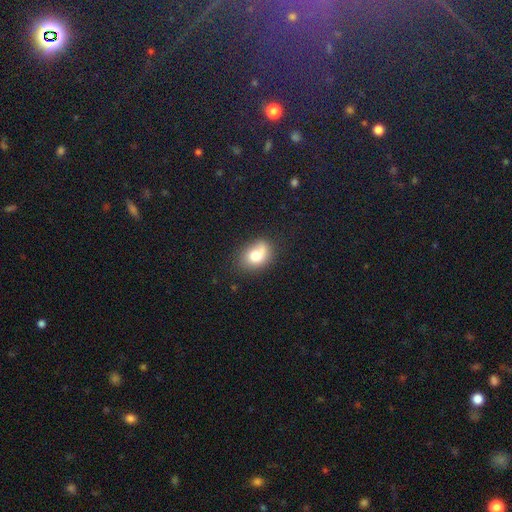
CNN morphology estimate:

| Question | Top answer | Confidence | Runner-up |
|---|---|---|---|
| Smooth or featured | smooth | 74% | featured or disk (18%) |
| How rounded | in between | 66% | round (33%) |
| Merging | none | 56% | minor disturbance (27%) |